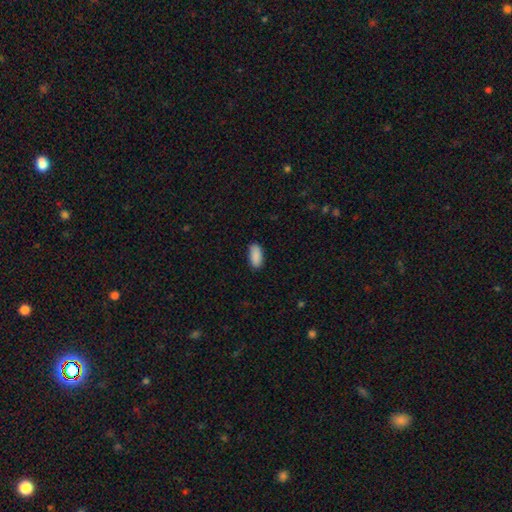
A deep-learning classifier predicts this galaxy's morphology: This is clearly a smooth galaxy (90%). How rounded: clearly in between (89%). Merging: clearly none (86%).